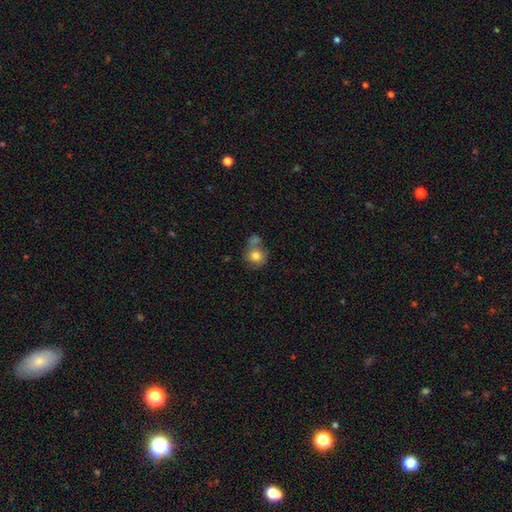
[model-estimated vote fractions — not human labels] Smooth or featured? Predicted: smooth (p=0.78). How rounded? Predicted: round (p=0.81). Merging? Predicted: none (p=0.47).